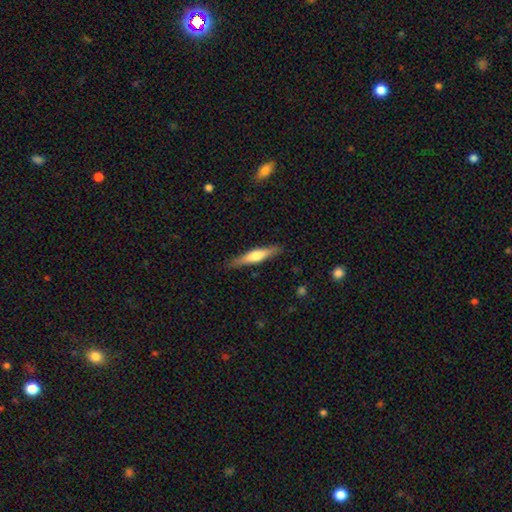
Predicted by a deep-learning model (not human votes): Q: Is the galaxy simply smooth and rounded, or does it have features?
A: smooth — 48%.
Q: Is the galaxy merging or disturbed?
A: none — 86%.